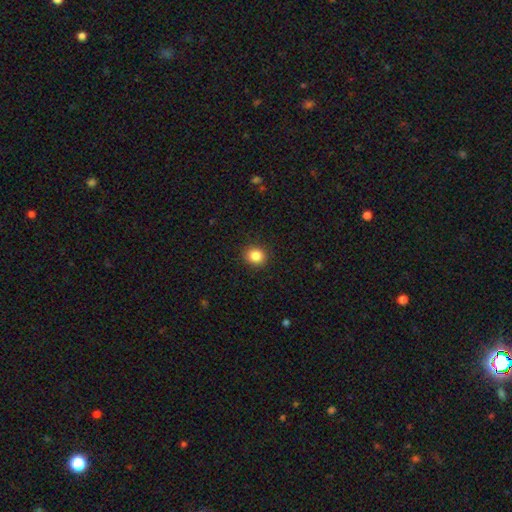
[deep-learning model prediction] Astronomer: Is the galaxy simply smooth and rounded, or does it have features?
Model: smooth — 85%.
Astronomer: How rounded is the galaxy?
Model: round — 81%.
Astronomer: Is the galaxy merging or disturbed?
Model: none — 91%.